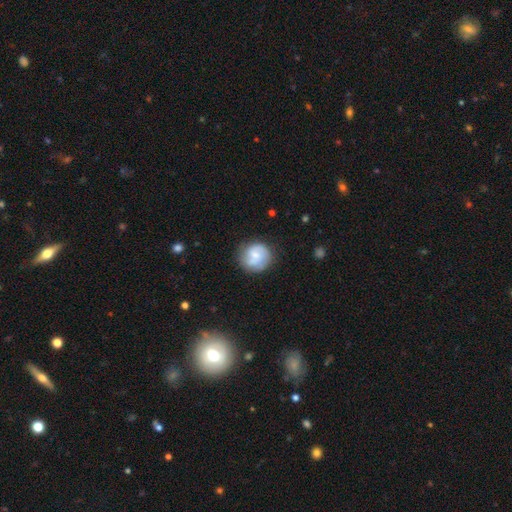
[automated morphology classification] Smooth or featured?
  - smooth: 54% *
  - featured or disk: 39%
  - star or artifact: 7%
How rounded?
  - round: 89% *
  - in between: 10%
  - cigar-shaped: 1%
Merging?
  - none: 72% *
  - minor disturbance: 18%
  - major disturbance: 6%
  - merger: 3%